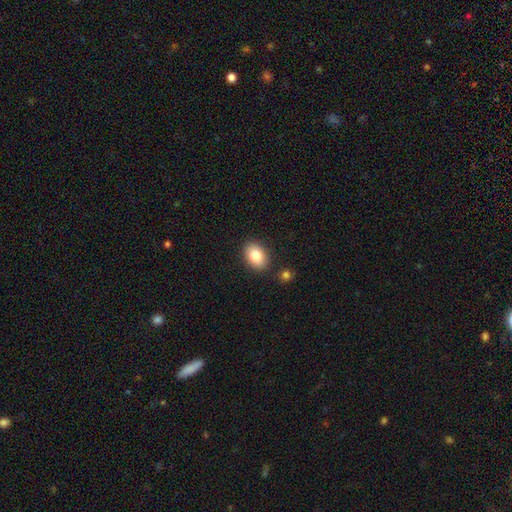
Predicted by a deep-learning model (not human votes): This is clearly a smooth galaxy (82%). How rounded: clearly in between (81%). Merging: clearly none (85%).